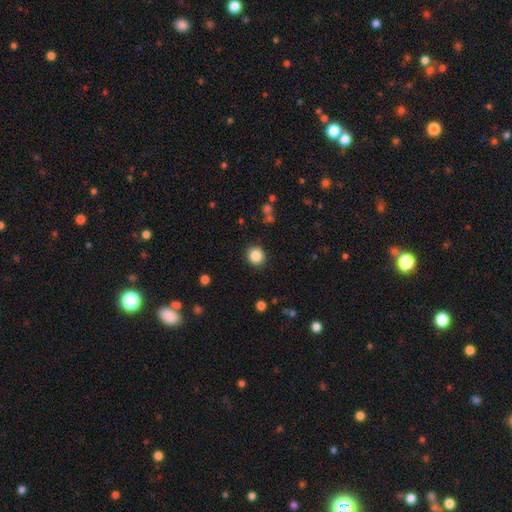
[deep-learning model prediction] A smooth galaxy with no disk features (86%) that is round (91%).

Vote fractions:
- Smooth or featured? smooth: 86% / star or artifact: 10% / featured or disk: 4%
- How rounded? round: 91% / in between: 8% / cigar-shaped: 1%
- Merging? none: 90% / minor disturbance: 6% / major disturbance: 2% / merger: 1%